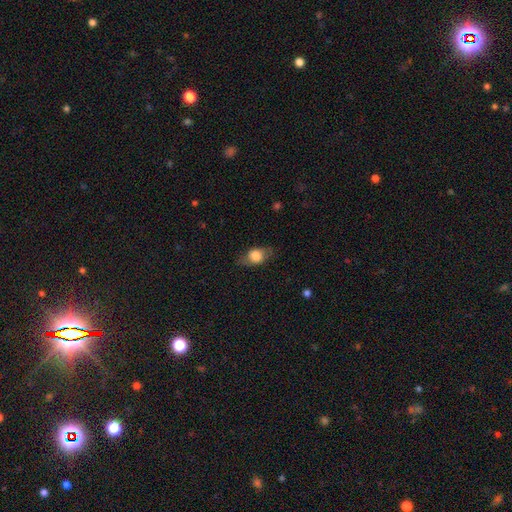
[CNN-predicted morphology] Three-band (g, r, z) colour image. It shows a smooth galaxy with no disk features (68%) that is in between round and cigar-shaped (71%). Merging: none (75%).